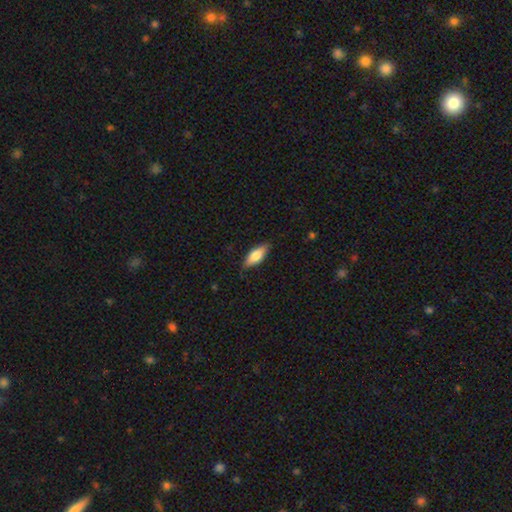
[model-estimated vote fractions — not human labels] Morphology: type=smooth (72%); roundness=in between (73%); merging=none (82%).